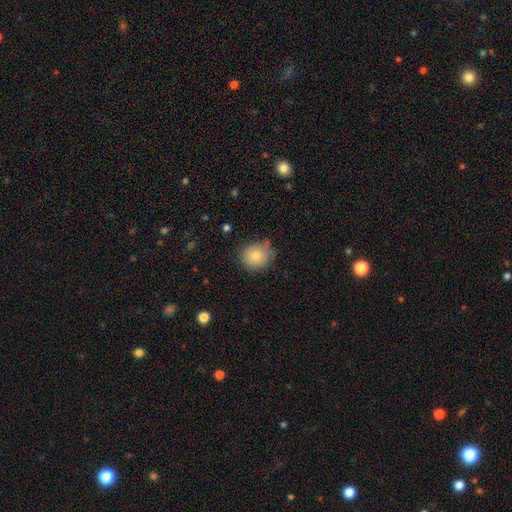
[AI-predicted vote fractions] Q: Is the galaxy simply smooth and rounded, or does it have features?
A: smooth — 77%.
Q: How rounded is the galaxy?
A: round — 82%.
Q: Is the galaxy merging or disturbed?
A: none — 73%.